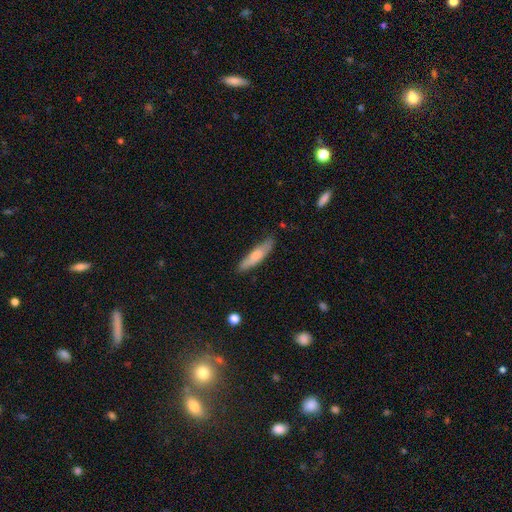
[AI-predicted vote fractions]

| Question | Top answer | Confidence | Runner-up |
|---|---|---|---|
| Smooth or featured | smooth | 67% | featured or disk (27%) |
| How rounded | cigar-shaped | 77% | in between (21%) |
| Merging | none | 81% | minor disturbance (15%) |